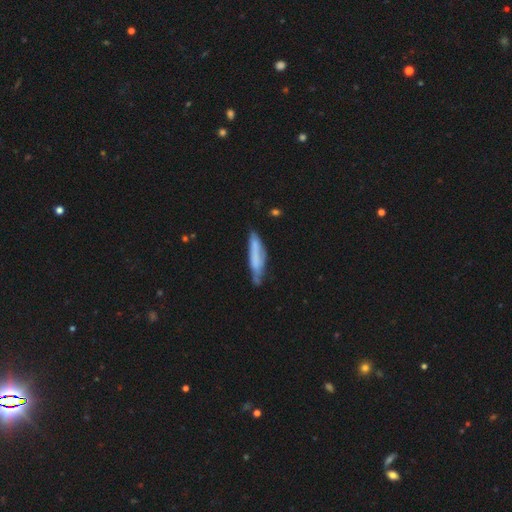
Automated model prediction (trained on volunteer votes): The model was most divided on "smooth or featured": smooth: 58%, featured or disk: 35%, star or artifact: 7%. More confident: how rounded — cigar-shaped (82%); merging — none (56%).